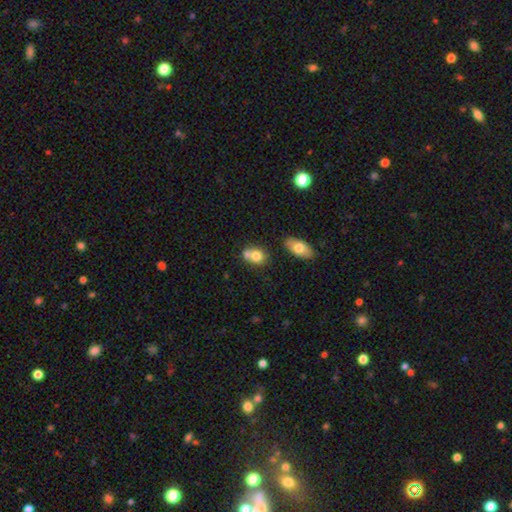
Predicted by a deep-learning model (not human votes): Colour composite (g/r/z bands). It shows a smooth galaxy with no disk features (75%) that is round (54%). Merging: merger (49%).